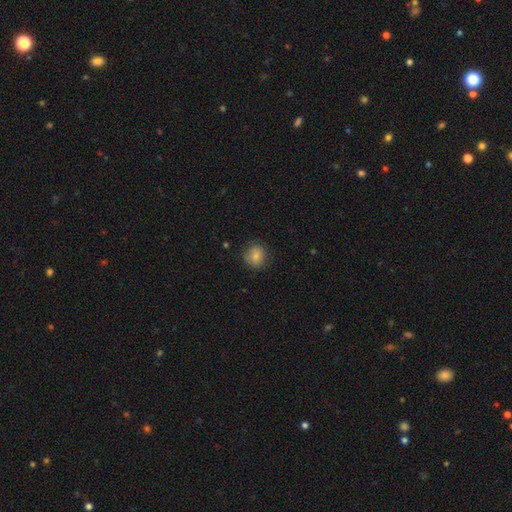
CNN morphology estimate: Smooth or featured?
  - smooth: 78% *
  - featured or disk: 12%
  - star or artifact: 10%
How rounded?
  - round: 84% *
  - in between: 16%
  - cigar-shaped: 1%
Merging?
  - none: 80% *
  - minor disturbance: 15%
  - major disturbance: 4%
  - merger: 1%